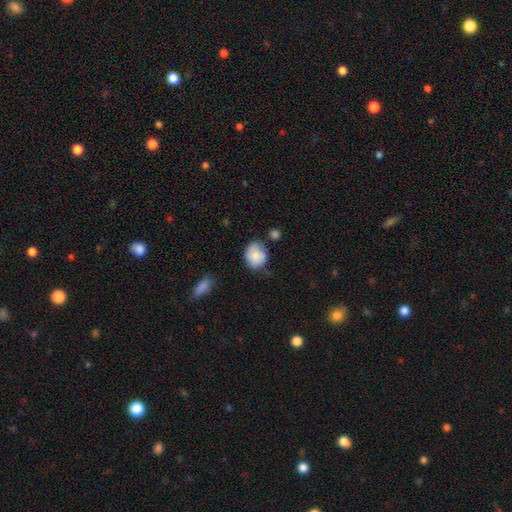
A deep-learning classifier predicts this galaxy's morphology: A smooth galaxy with no disk features (82%) that is round (57%).

Vote fractions:
- Smooth or featured? smooth: 82% / featured or disk: 11% / star or artifact: 7%
- How rounded? round: 57% / in between: 42% / cigar-shaped: 1%
- Merging? none: 64% / minor disturbance: 25% / merger: 6% / major disturbance: 5%